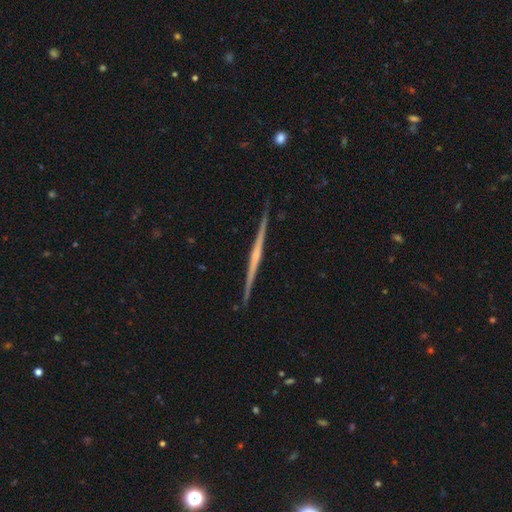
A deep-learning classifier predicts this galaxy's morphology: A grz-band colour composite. It shows a featured or disk galaxy (80%) viewed edge-on (99%) with no central bulge (46%). Merging: none (92%).